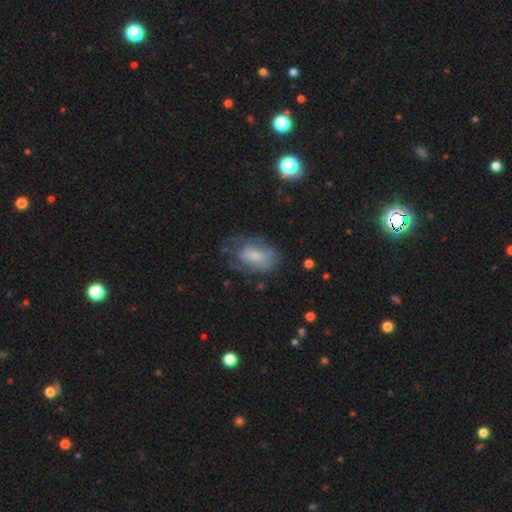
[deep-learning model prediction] Smooth or featured? Predicted: featured or disk (p=0.46). Merging? Predicted: none (p=0.52).